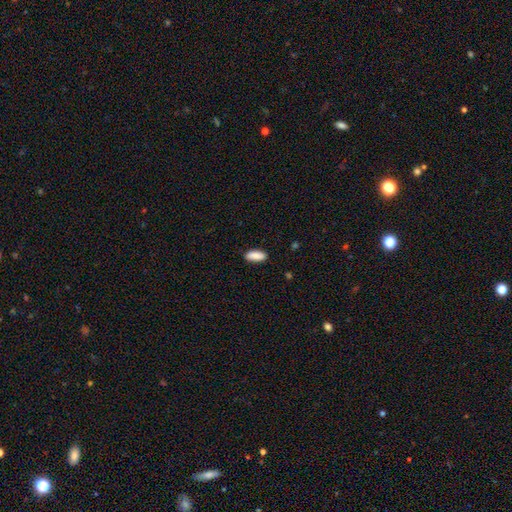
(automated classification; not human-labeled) Morphology: type=smooth (89%); roundness=in between (80%); merging=none (87%).